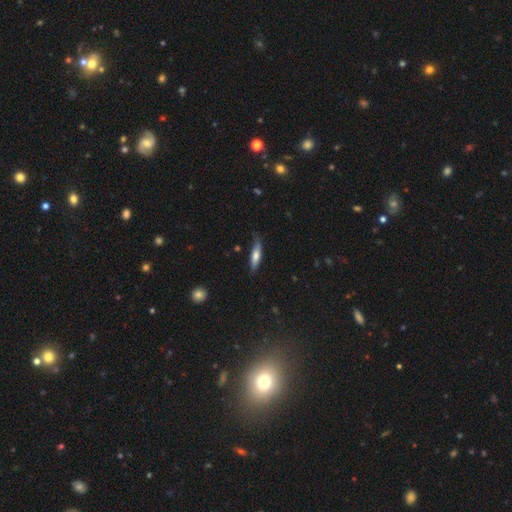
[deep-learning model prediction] This is likely a smooth galaxy (63%). How rounded: likely cigar-shaped (68%). Merging: likely none (75%).